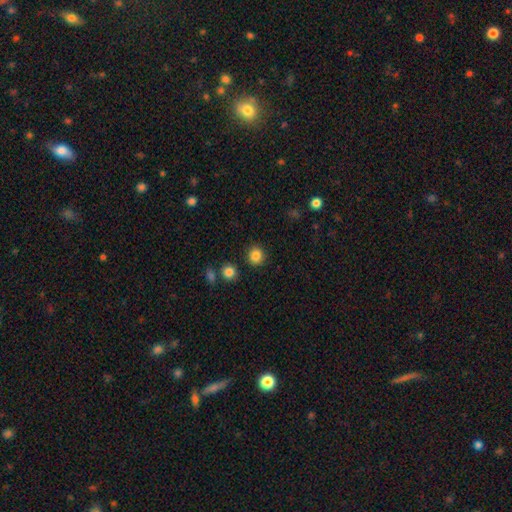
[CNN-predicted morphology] Smooth or featured? Predicted: smooth (p=0.85). How rounded? Predicted: round (p=0.90). Merging? Predicted: none (p=0.90).